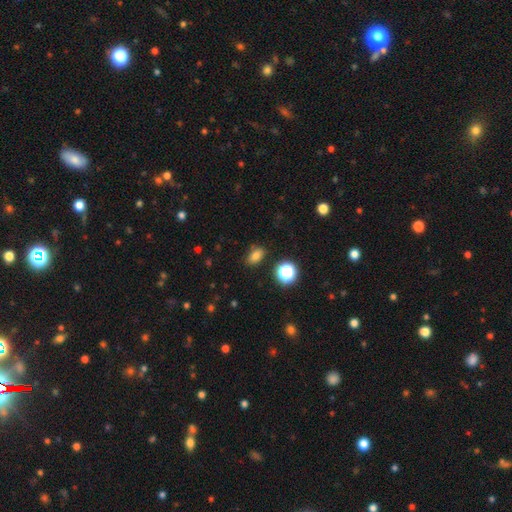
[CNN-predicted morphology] A smooth galaxy with no disk features (77%) that is in between round and cigar-shaped (78%).

Vote fractions:
- Smooth or featured? smooth: 77% / star or artifact: 16% / featured or disk: 7%
- How rounded? in between: 78% / round: 20% / cigar-shaped: 2%
- Merging? none: 80% / minor disturbance: 13% / major disturbance: 3% / merger: 3%